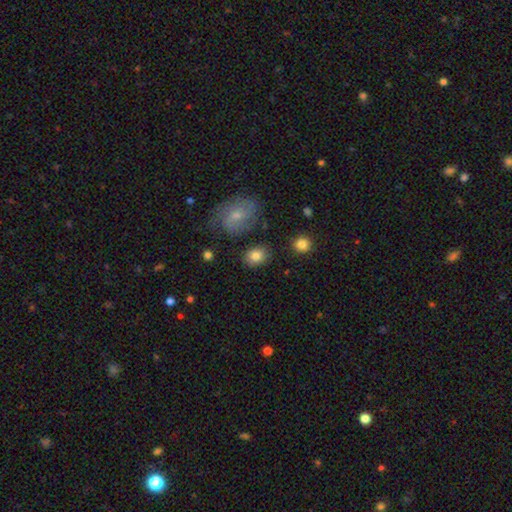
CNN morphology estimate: Smooth or featured? Predicted: smooth (p=0.82). How rounded? Predicted: in between (p=0.58). Merging? Predicted: none (p=0.81).